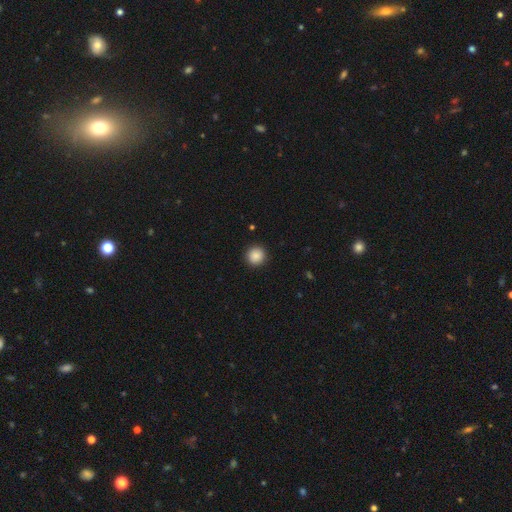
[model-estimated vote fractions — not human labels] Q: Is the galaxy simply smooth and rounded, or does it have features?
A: smooth — 88%.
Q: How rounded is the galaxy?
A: round — 95%.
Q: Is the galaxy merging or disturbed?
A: none — 93%.